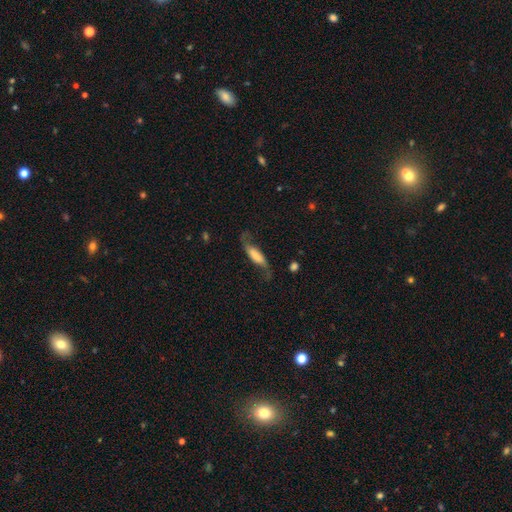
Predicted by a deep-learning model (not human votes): Smooth or featured: featured or disk — 55% (smooth — 37%)
Edge-on disk: no — 79% (yes — 21%)
Merging: none — 59% (minor disturbance — 22%)